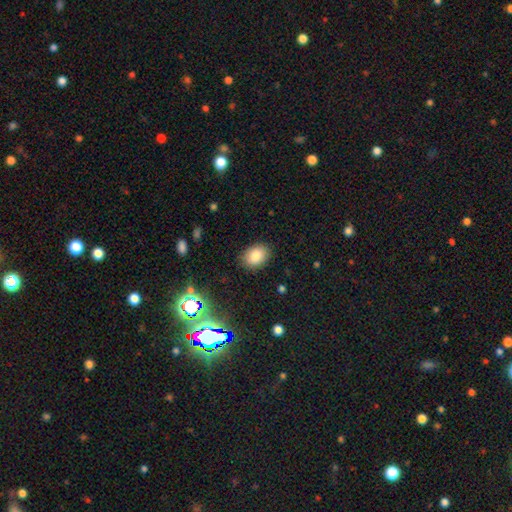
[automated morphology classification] smooth 83%, star or artifact 10%, featured or disk 7%. Down the decision tree: how rounded — in between (72%); merging — none (88%).